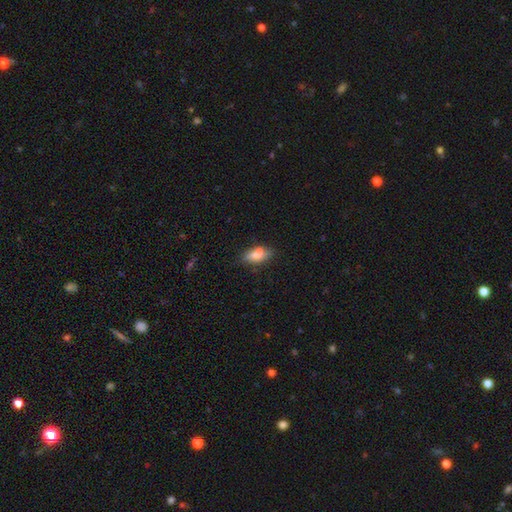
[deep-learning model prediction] A smooth galaxy with no disk features (74%) that is in between round and cigar-shaped (83%).

Vote fractions:
- Smooth or featured? smooth: 74% / featured or disk: 17% / star or artifact: 9%
- How rounded? in between: 83% / cigar-shaped: 13% / round: 5%
- Merging? none: 57% / minor disturbance: 21% / merger: 16% / major disturbance: 6%